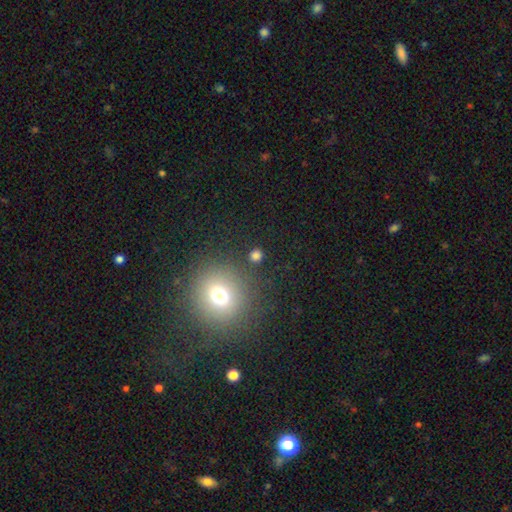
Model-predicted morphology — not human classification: smooth_or_featured: smooth (p=0.76) [alt: star or artifact p=0.19]
how_rounded: round (p=0.86) [alt: in between p=0.13]
merging: none (p=0.86) [alt: minor disturbance p=0.06]